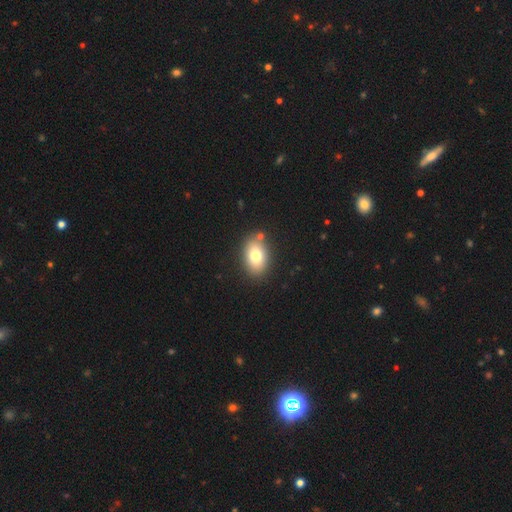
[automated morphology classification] Smooth or featured? smooth (77%)
How rounded? in between (83%)
Merging? none (83%)